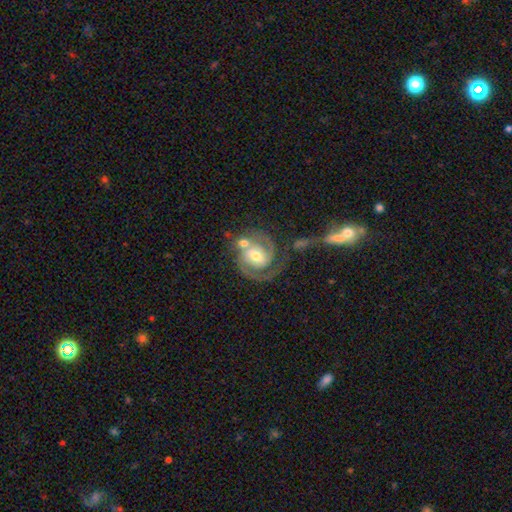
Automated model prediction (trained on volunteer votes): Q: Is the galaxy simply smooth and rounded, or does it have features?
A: featured or disk — 85%.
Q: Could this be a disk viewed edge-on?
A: no — 98%.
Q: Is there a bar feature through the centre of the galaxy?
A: weak — 44%.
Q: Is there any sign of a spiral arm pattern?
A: yes — 96%.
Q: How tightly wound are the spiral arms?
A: tight — 48%.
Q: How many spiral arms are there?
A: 2 — 78%.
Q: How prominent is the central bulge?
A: moderate — 64%.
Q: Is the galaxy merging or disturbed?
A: none — 49%.